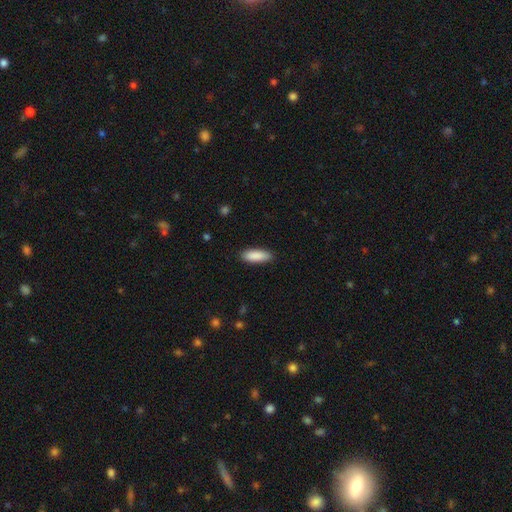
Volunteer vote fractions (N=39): A smooth galaxy with no disk features (95%) that is in between round and cigar-shaped (68%). Merging: none (82%).